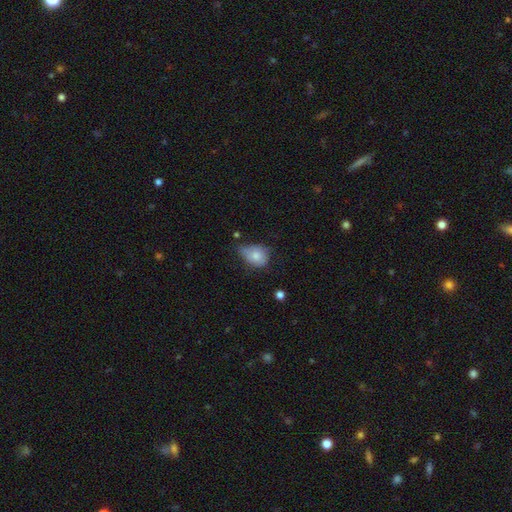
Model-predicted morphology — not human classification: This appears to be a smooth galaxy with no disk features (75%) that is in between round and cigar-shaped (62%). Merging: minor disturbance (48%).